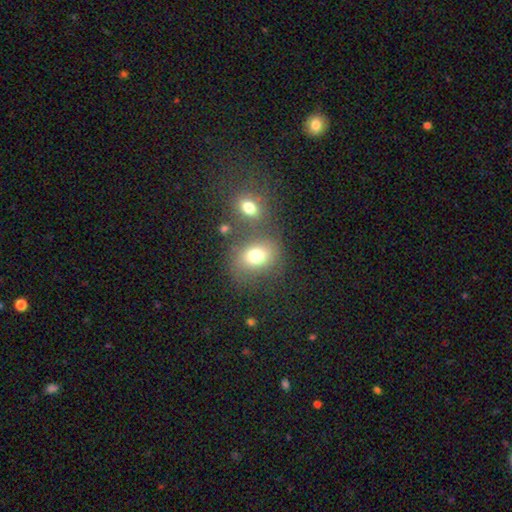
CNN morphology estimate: This appears to be a smooth galaxy with no disk features (75%) that is round (50%). Merging: none (53%).